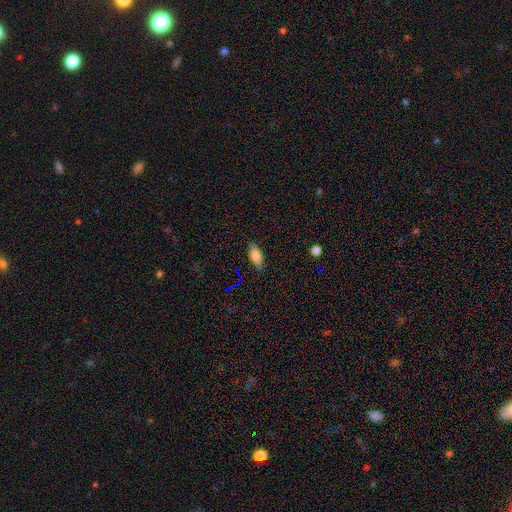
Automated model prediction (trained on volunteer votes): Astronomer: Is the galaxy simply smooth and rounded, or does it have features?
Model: smooth — 78%.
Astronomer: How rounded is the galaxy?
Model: in between — 82%.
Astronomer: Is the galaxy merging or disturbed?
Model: none — 85%.